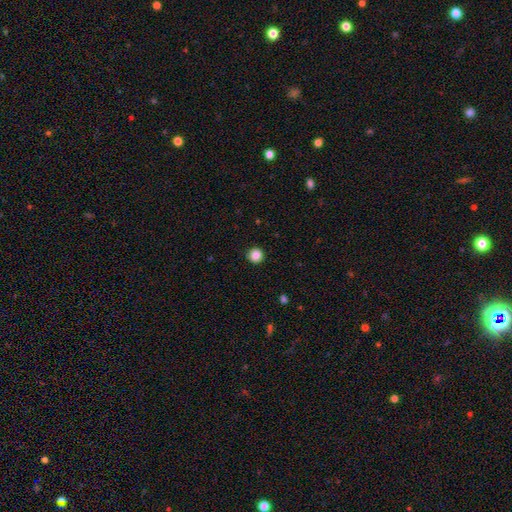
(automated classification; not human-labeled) smooth 86%, star or artifact 10%, featured or disk 3%. Down the decision tree: how rounded — round (94%); merging — none (91%).